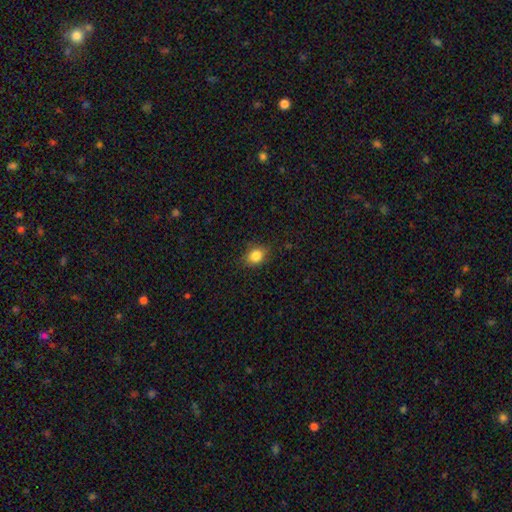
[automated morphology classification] Smooth or featured?
  - smooth: 85% *
  - star or artifact: 10%
  - featured or disk: 5%
How rounded?
  - round: 50% *
  - in between: 49%
  - cigar-shaped: 1%
Merging?
  - none: 84% *
  - minor disturbance: 12%
  - major disturbance: 3%
  - merger: 1%